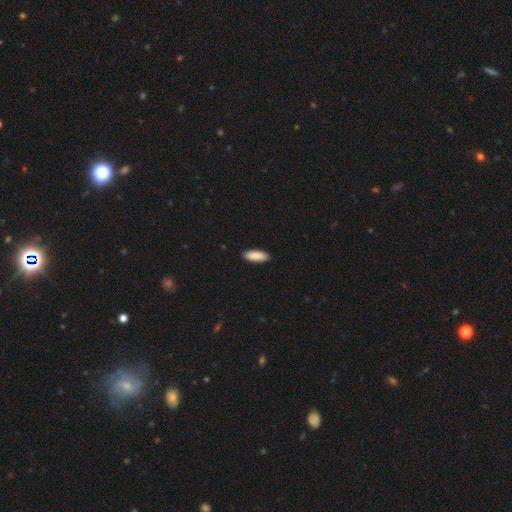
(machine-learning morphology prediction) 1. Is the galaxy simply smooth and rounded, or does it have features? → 90% smooth, 5% star or artifact, 4% featured or disk.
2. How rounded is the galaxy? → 73% in between, 25% cigar-shaped, 2% round.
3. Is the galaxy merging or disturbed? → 90% none, 7% minor disturbance, 1% major disturbance, 1% merger.